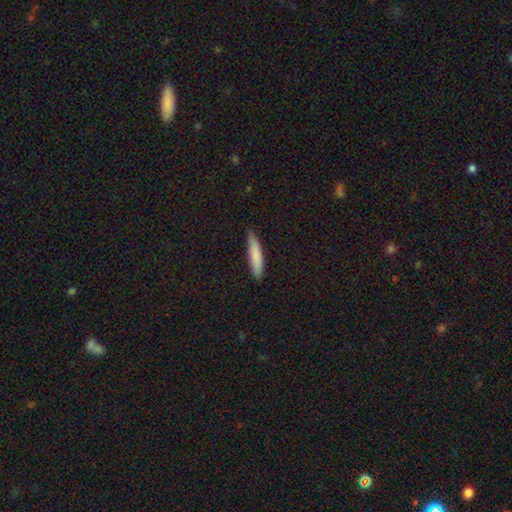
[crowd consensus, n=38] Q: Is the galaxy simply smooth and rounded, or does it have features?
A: smooth — 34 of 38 (89%).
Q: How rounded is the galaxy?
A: cigar-shaped — 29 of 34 (85%).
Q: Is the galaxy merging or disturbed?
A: none — 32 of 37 (86%).